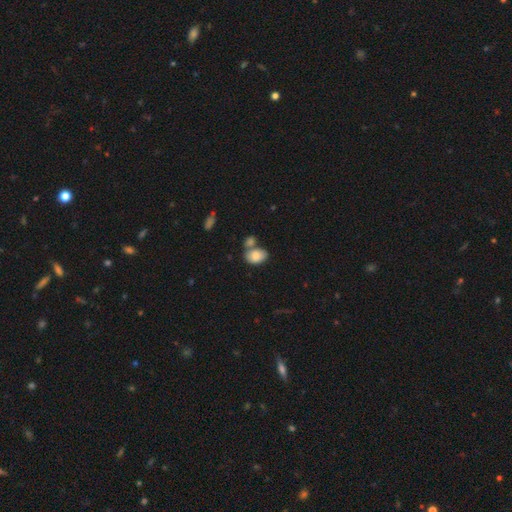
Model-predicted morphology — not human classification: smooth-or-featured: smooth: 82% | featured or disk: 10% | star or artifact: 7%
  how-rounded: in between: 81% | round: 18% | cigar-shaped: 1%
  merging: none: 42% | merger: 37% | minor disturbance: 15% | major disturbance: 5%